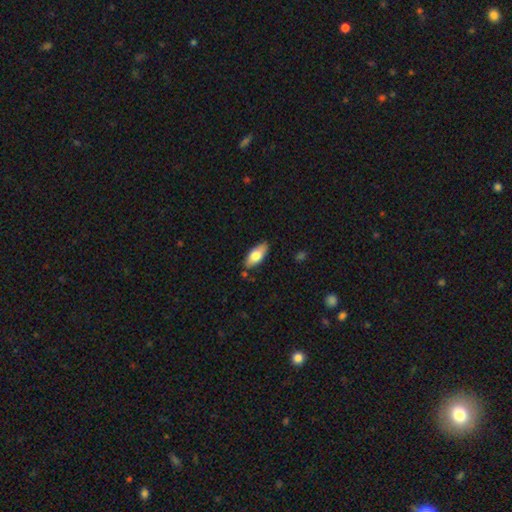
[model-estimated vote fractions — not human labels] Overall: smooth (73%). How rounded: in between (84%). Merging: none (82%).